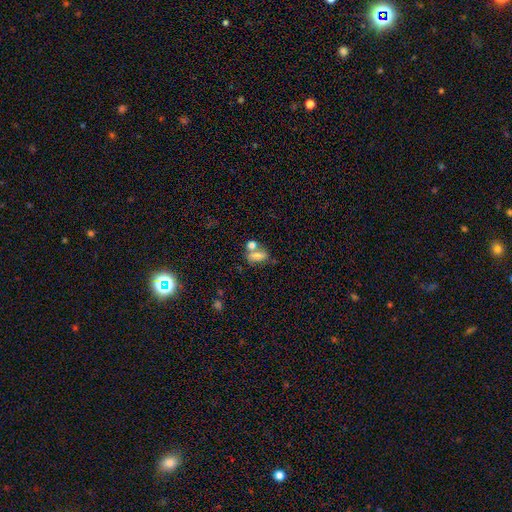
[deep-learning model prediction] smooth-or-featured: smooth: 72% | featured or disk: 17% | star or artifact: 10%
  how-rounded: in between: 79% | round: 16% | cigar-shaped: 5%
  merging: merger: 43% | none: 38% | minor disturbance: 13% | major disturbance: 6%